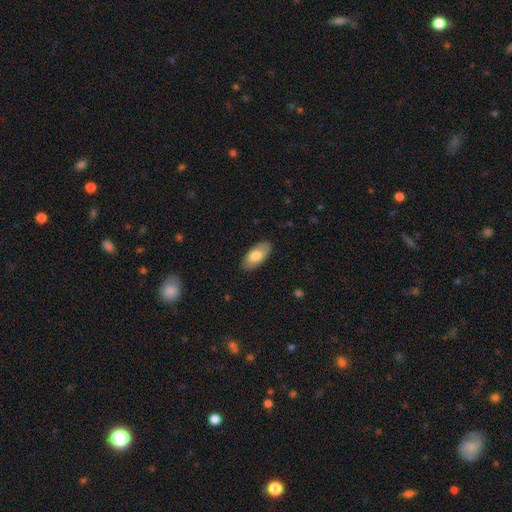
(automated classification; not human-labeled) smooth-or-featured: smooth: 77% | featured or disk: 17% | star or artifact: 6%
  how-rounded: in between: 93% | cigar-shaped: 5% | round: 3%
  merging: none: 87% | minor disturbance: 10% | major disturbance: 2% | merger: 1%